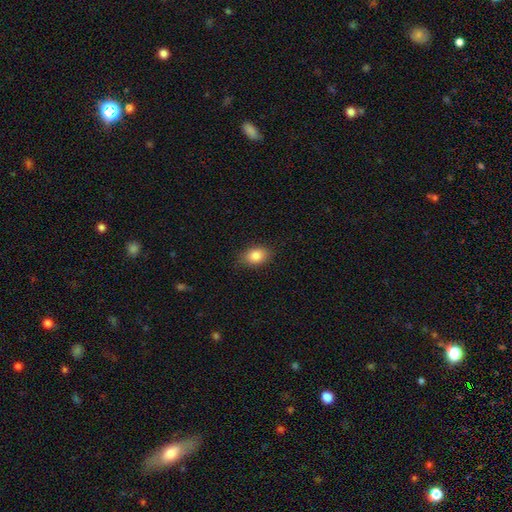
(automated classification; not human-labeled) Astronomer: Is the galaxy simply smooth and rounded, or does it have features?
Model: smooth — 86%.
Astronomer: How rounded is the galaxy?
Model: in between — 79%.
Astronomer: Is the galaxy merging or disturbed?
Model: none — 83%.